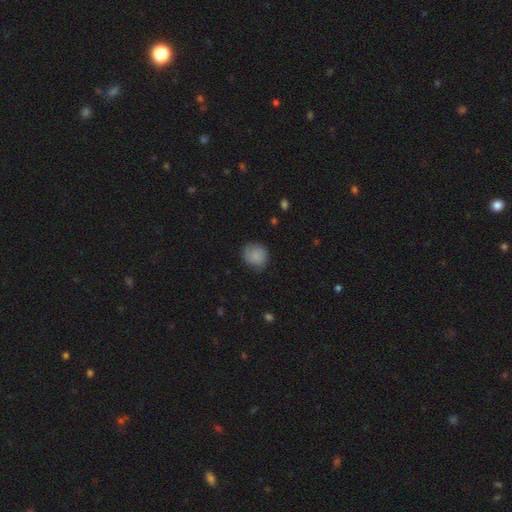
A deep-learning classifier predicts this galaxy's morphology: Smooth or featured? Predicted: smooth (p=0.82). How rounded? Predicted: round (p=0.85). Merging? Predicted: none (p=0.73).